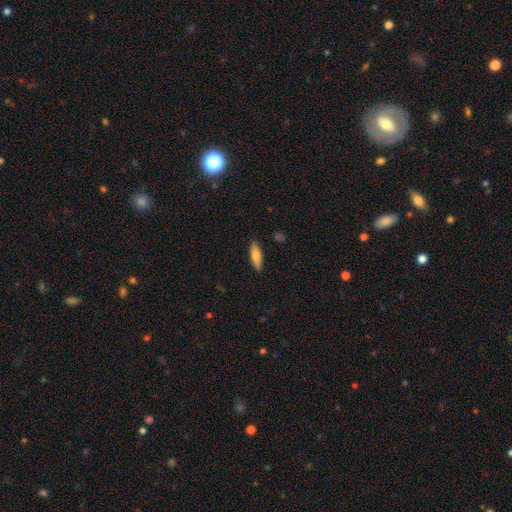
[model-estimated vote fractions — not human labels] Smooth or featured: smooth — 76% (featured or disk — 18%)
How rounded: in between — 51% (cigar-shaped — 47%)
Merging: none — 89% (minor disturbance — 8%)